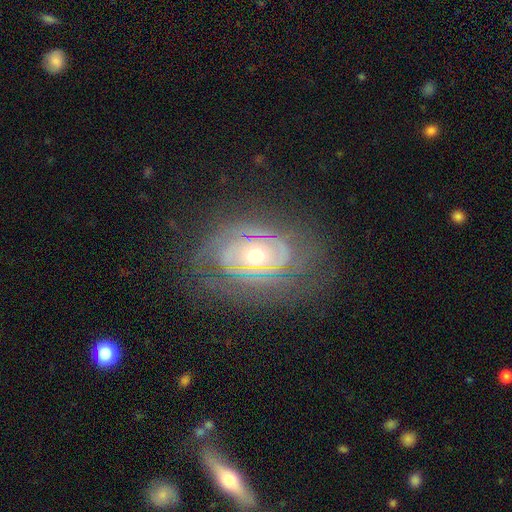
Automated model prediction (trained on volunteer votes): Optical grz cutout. It shows a featured or disk galaxy (85%) with no bar (68%), tight (74%) spiral arms (91%) and a moderate central bulge (69%). Merging: none (74%).